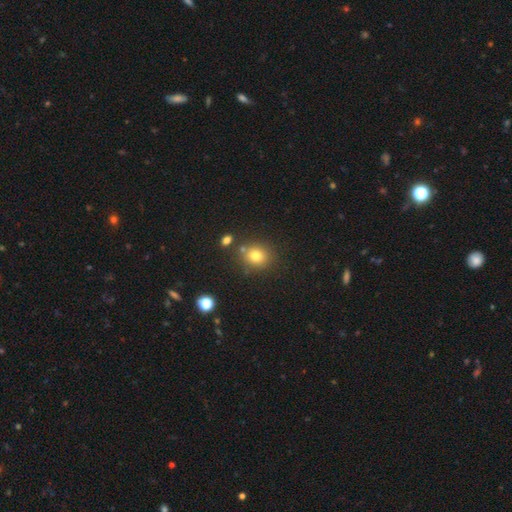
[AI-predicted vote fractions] Overall: smooth (78%). How rounded: round (76%). Merging: none (75%).